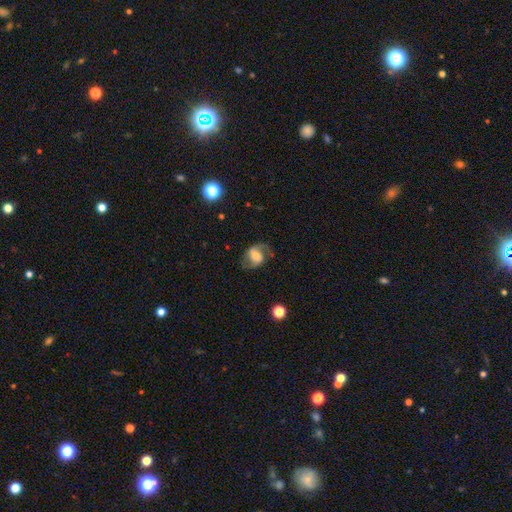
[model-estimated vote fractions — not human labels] Smooth or featured?
  - featured or disk: 64% *
  - smooth: 28%
  - star or artifact: 8%
Edge-on disk?
  - no: 96% *
  - yes: 4%
Bar?
  - weak: 41% *
  - no: 35%
  - strong: 24%
Spiral arms?
  - yes: 86% *
  - no: 14%
Spiral winding?
  - medium: 47% *
  - loose: 38%
  - tight: 15%
Spiral arm count?
  - 2: 82% *
  - 1: 9%
  - can't tell: 7%
  - 3: 1%
  - 4: 1%
  - more than 4: 1%
Bulge size?
  - moderate: 38% *
  - small: 29%
  - large: 19%
  - none: 10%
  - dominant: 4%
Merging?
  - none: 64% *
  - minor disturbance: 19%
  - major disturbance: 15%
  - merger: 2%